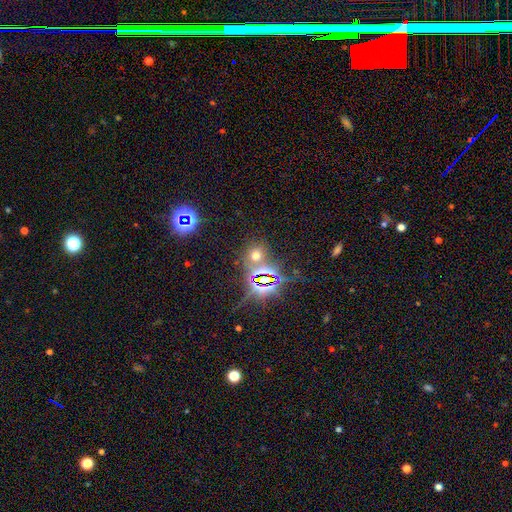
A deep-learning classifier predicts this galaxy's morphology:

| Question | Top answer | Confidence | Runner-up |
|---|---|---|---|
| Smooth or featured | star or artifact | 50% | smooth (41%) |